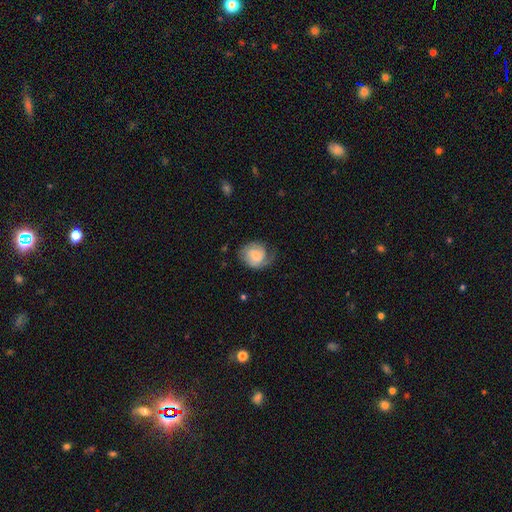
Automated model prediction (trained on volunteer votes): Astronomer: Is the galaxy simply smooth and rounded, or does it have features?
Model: smooth — 48% (runner-up: featured or disk, 45%).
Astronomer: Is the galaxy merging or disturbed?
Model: none — 52% (runner-up: minor disturbance, 29%).